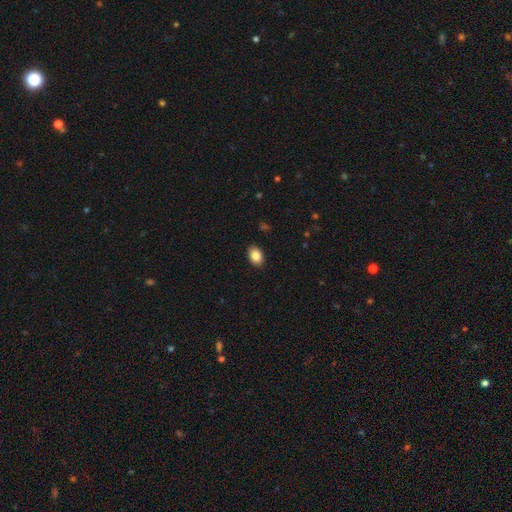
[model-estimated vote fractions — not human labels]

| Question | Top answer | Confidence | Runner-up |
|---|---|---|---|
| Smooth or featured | smooth | 86% | star or artifact (8%) |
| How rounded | in between | 82% | round (17%) |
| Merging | none | 89% | minor disturbance (8%) |